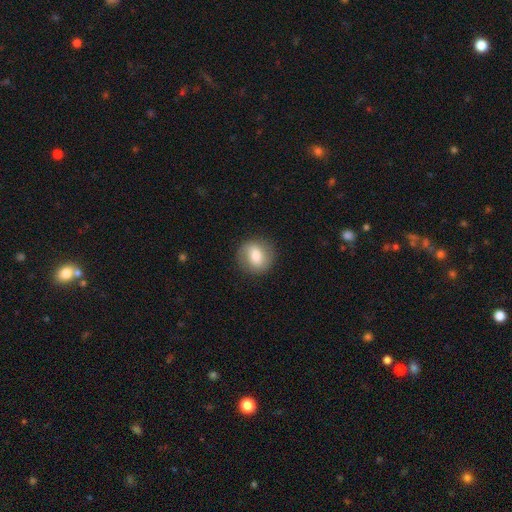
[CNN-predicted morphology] This appears to be a smooth galaxy with no disk features (65%) that is round (85%). Merging: none (87%).